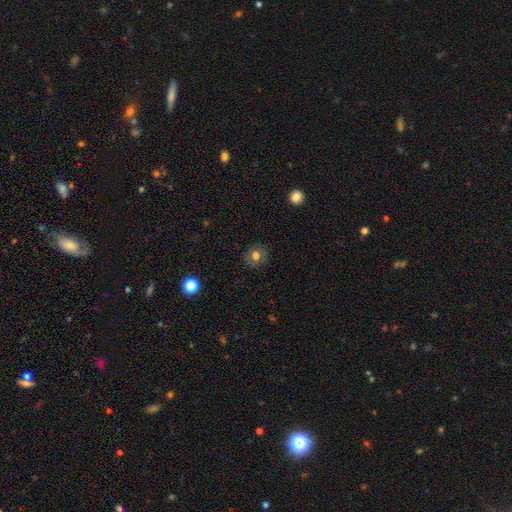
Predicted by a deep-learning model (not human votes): Smooth or featured?
  - smooth: 70% *
  - featured or disk: 19%
  - star or artifact: 11%
How rounded?
  - round: 86% *
  - in between: 13%
  - cigar-shaped: 1%
Merging?
  - none: 86% *
  - minor disturbance: 10%
  - major disturbance: 3%
  - merger: 1%